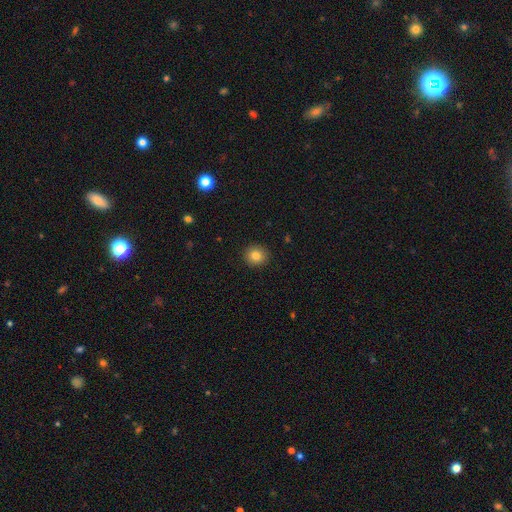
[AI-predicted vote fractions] smooth-or-featured: smooth: 83% | star or artifact: 11% | featured or disk: 7%
  how-rounded: round: 86% | in between: 13% | cigar-shaped: 1%
  merging: none: 91% | minor disturbance: 6% | major disturbance: 2% | merger: 1%